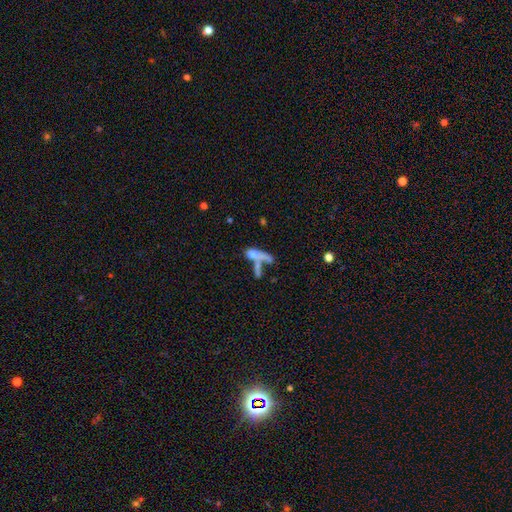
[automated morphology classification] smooth_or_featured: smooth (p=0.53) [alt: featured or disk p=0.34]
how_rounded: in between (p=0.40) [tied with: cigar-shaped p=0.40]
merging: merger (p=0.46) [alt: none p=0.24]